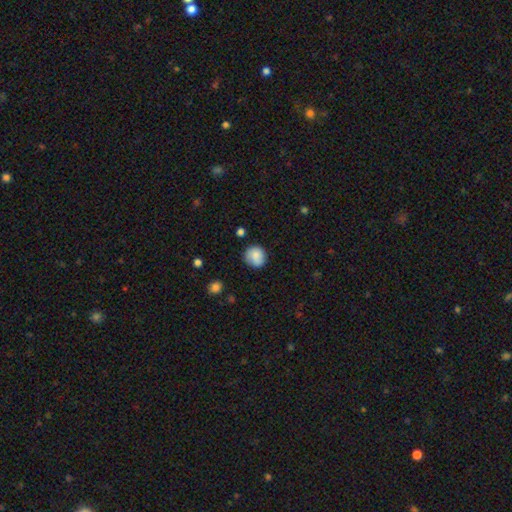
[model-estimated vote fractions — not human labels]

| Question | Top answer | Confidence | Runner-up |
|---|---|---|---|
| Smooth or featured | smooth | 82% | featured or disk (10%) |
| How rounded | round | 87% | in between (12%) |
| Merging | none | 78% | minor disturbance (17%) |